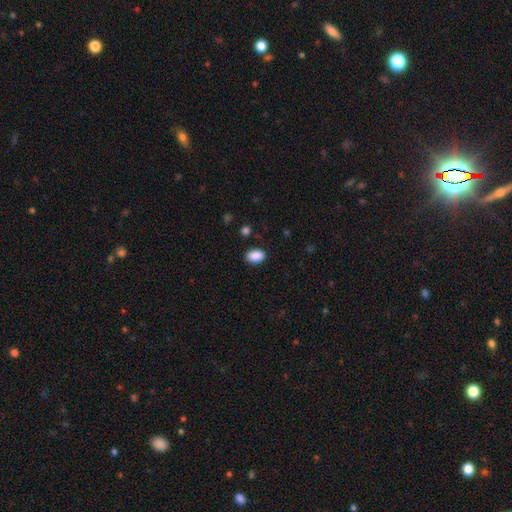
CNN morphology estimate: Smooth or featured? smooth (89%)
How rounded? in between (86%)
Merging? none (87%)